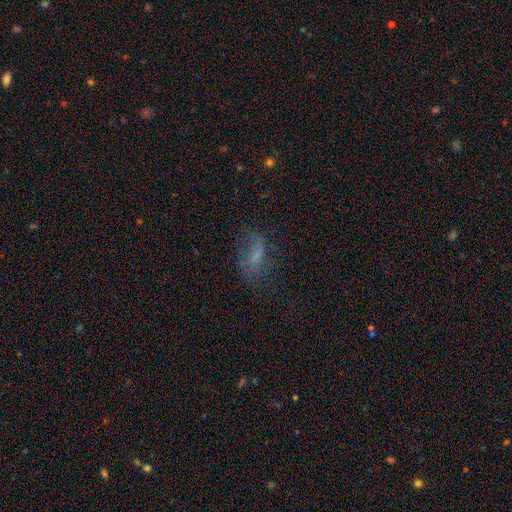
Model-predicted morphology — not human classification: This is possibly a smooth galaxy (51%). How rounded: likely in between (79%). Merging: possibly none (50%).